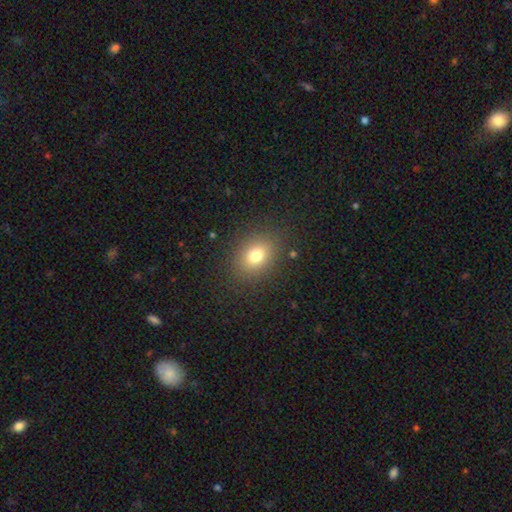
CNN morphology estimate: The model was most divided on "how rounded": in between: 58%, round: 41%, cigar-shaped: 1%. More confident: merging — none (85%); smooth or featured — smooth (76%).